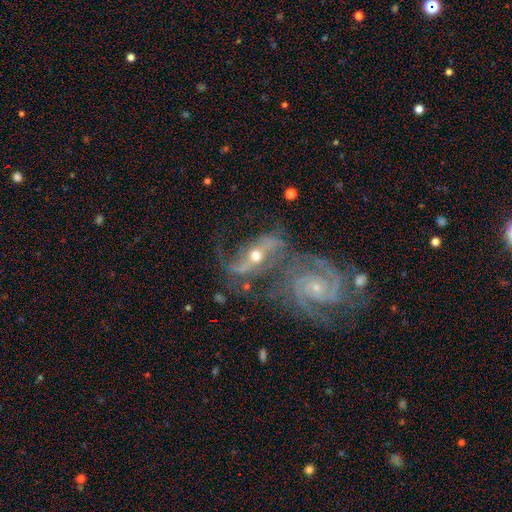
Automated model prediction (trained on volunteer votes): Smooth or featured? featured or disk (81%)
Edge-on disk? no (94%)
Bar? no (38%)
Spiral arms? yes (89%)
Spiral winding? loose (40%)
Spiral arm count? 2 (76%)
Bulge size? moderate (63%)
Merging? merger (39%)